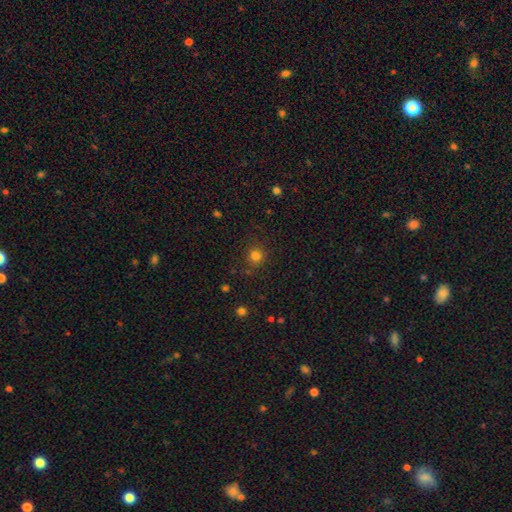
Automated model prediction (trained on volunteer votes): smooth-or-featured: smooth: 80% | star or artifact: 15% | featured or disk: 5%
  how-rounded: round: 90% | in between: 9% | cigar-shaped: 1%
  merging: none: 84% | minor disturbance: 9% | major disturbance: 4% | merger: 3%